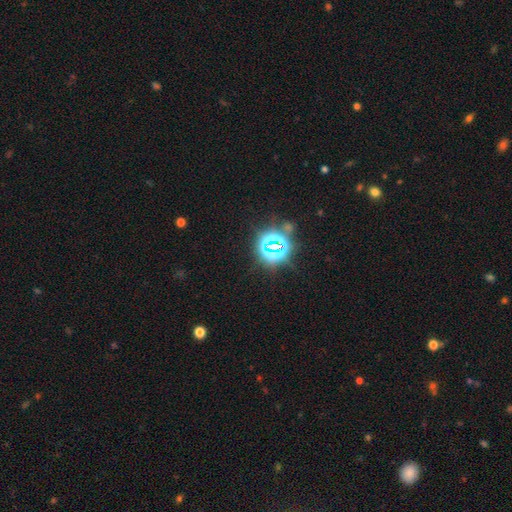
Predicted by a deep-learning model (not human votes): A star or artifact, not a galaxy (77%).

Vote fractions:
- Smooth or featured? star or artifact: 77% / smooth: 15% / featured or disk: 8%